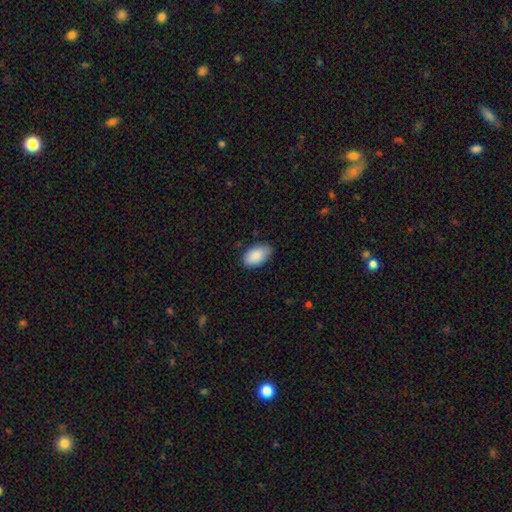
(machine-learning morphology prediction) Smooth or featured? Predicted: smooth (p=0.88). How rounded? Predicted: in between (p=0.94). Merging? Predicted: none (p=0.78).